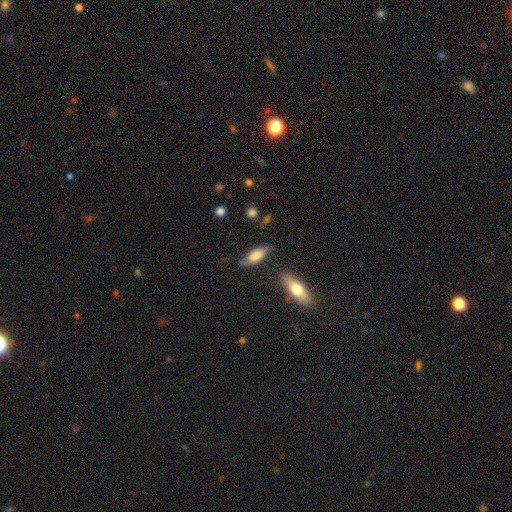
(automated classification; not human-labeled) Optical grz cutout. It shows a smooth galaxy with no disk features (69%) that is in between round and cigar-shaped (76%). Merging: none (70%).